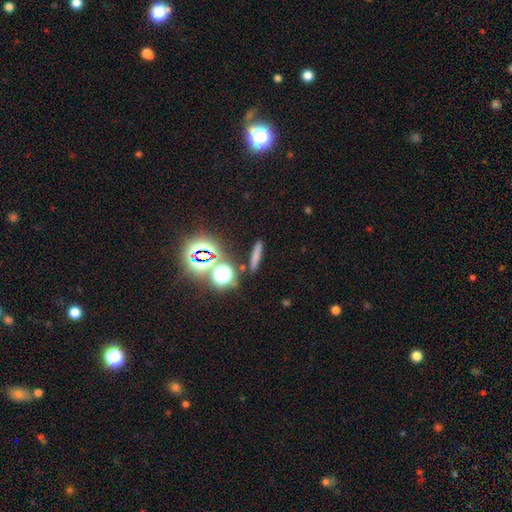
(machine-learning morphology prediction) Overall: smooth (63%). How rounded: cigar-shaped (81%). Merging: none (86%).